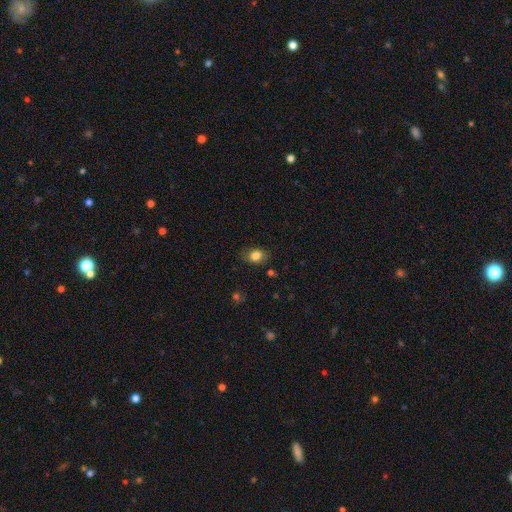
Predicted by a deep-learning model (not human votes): Smooth or featured? Predicted: smooth (p=0.83). How rounded? Predicted: in between (p=0.62). Merging? Predicted: none (p=0.80).